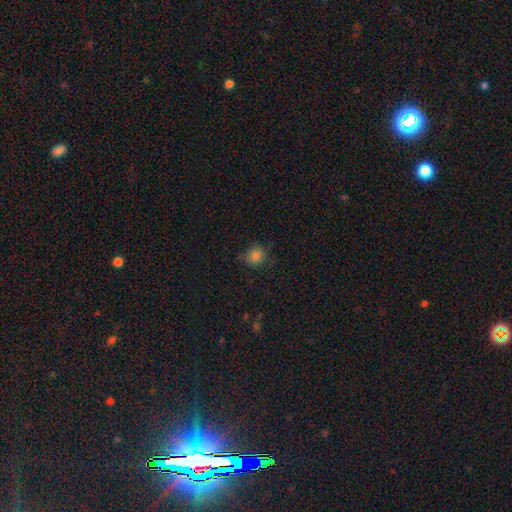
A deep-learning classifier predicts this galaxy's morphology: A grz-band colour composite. It shows a smooth galaxy with no disk features (79%) that is round (72%). Merging: none (71%).